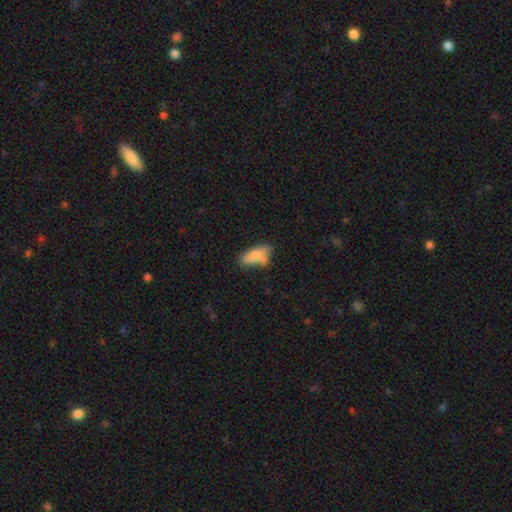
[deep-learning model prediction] A smooth galaxy with no disk features (70%) that is in between round and cigar-shaped (78%). Merging: none (43%).